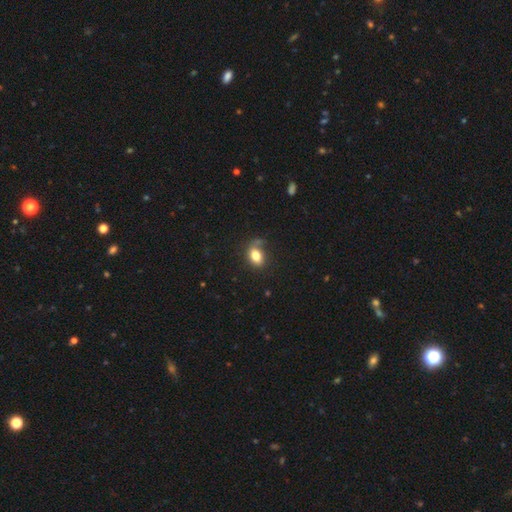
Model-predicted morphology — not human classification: smooth 80%, featured or disk 11%, star or artifact 9%. Down the decision tree: how rounded — in between (78%); merging — none (64%).